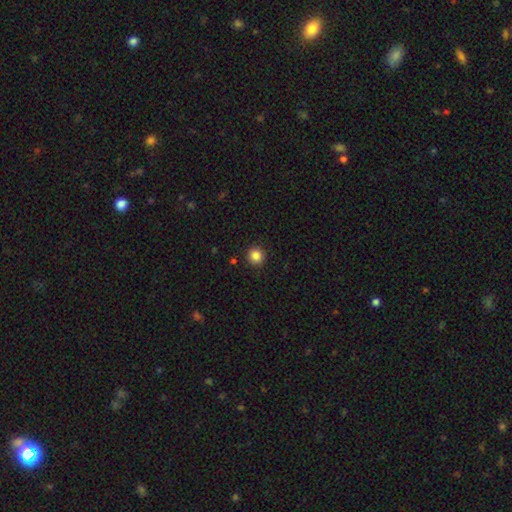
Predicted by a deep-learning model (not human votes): The model was most divided on "smooth or featured": smooth: 86%, star or artifact: 10%, featured or disk: 4%. More confident: how rounded — round (93%); merging — none (91%).